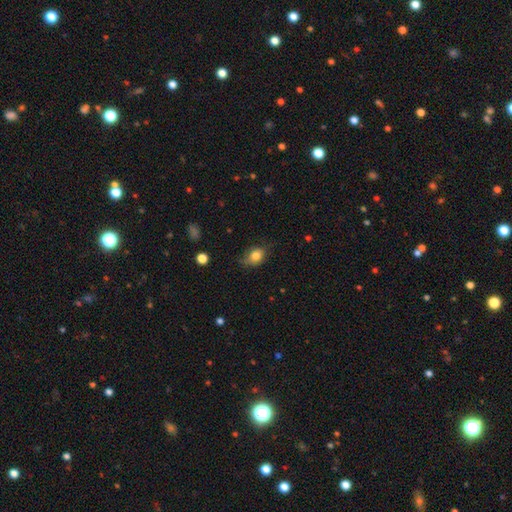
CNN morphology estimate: Smooth or featured? Predicted: smooth (p=0.79). How rounded? Predicted: in between (p=0.56). Merging? Predicted: none (p=0.59).